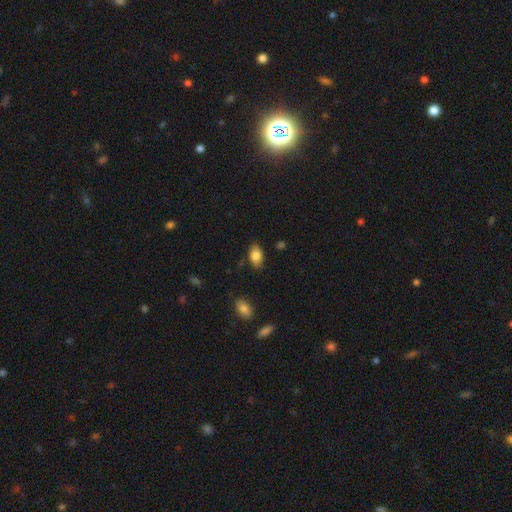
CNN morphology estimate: This appears to be a smooth galaxy with no disk features (83%) that is in between round and cigar-shaped (90%). Merging: none (82%).